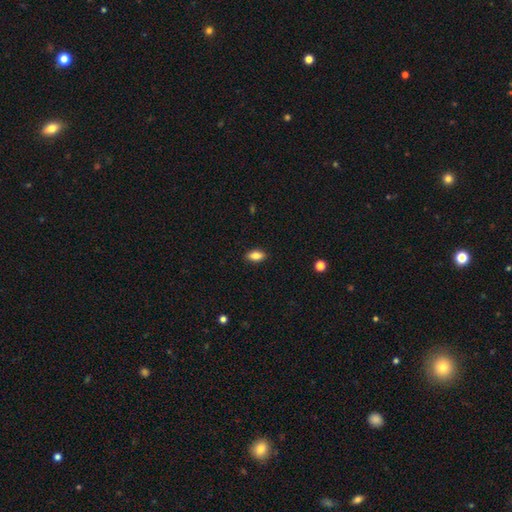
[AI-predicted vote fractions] Q: Smooth or featured?
A: smooth (84%); runner-up: star or artifact (8%)
Q: How rounded?
A: in between (88%); runner-up: cigar-shaped (6%)
Q: Merging?
A: none (89%); runner-up: minor disturbance (8%)